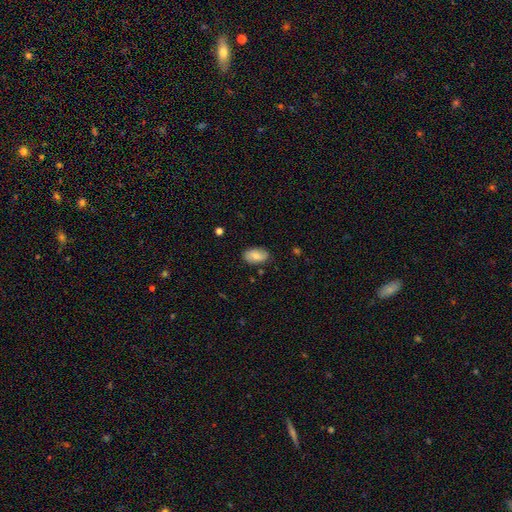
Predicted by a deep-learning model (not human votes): Q: Smooth or featured?
A: smooth (75%); runner-up: featured or disk (18%)
Q: How rounded?
A: in between (93%); runner-up: round (5%)
Q: Merging?
A: none (81%); runner-up: minor disturbance (15%)